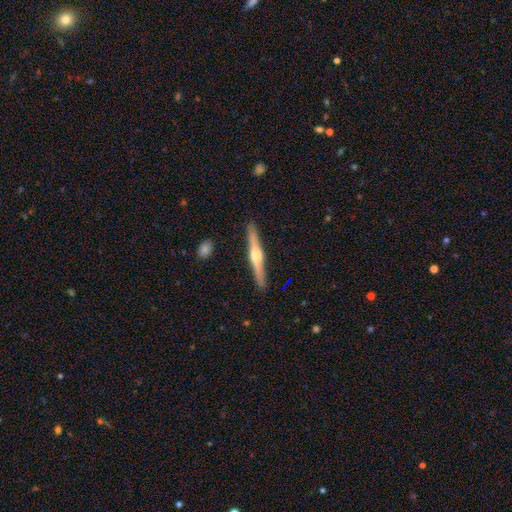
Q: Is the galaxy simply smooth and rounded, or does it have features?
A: featured or disk — 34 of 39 (87%).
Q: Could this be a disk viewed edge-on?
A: yes — 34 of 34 (100%).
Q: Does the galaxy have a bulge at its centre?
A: rounded — 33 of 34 (97%).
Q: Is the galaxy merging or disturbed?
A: none — 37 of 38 (97%).